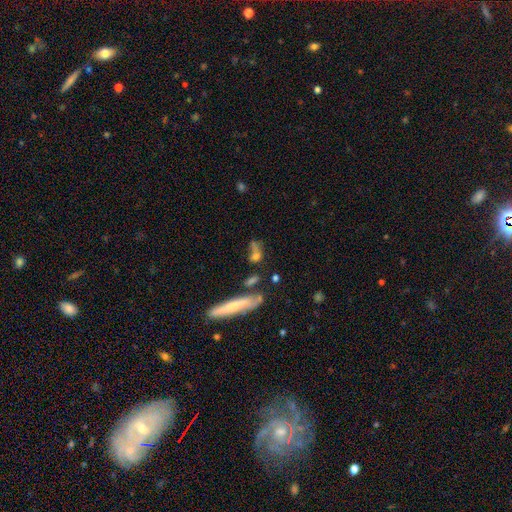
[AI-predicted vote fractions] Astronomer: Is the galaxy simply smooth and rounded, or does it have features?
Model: smooth — 60%.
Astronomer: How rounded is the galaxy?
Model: in between — 39% (runner-up: cigar-shaped, 37%).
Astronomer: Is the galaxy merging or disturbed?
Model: none — 43% (runner-up: merger, 27%).